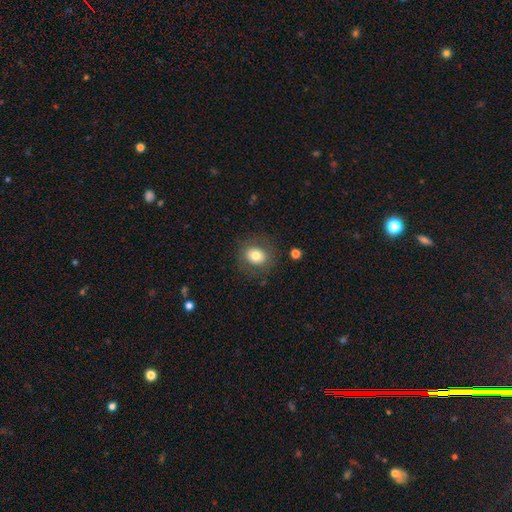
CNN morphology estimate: smooth 76%, featured or disk 14%, star or artifact 10%. Down the decision tree: how rounded — round (65%); merging — none (82%).